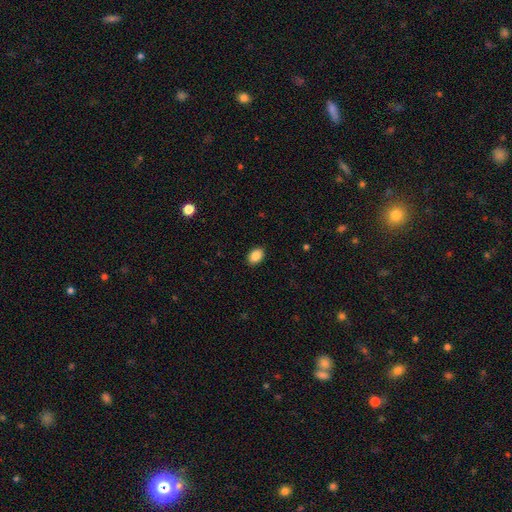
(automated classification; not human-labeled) A smooth galaxy with no disk features (88%) that is in between round and cigar-shaped (83%).

Vote fractions:
- Smooth or featured? smooth: 88% / star or artifact: 8% / featured or disk: 4%
- How rounded? in between: 83% / round: 15% / cigar-shaped: 1%
- Merging? none: 90% / minor disturbance: 8% / major disturbance: 2% / merger: 1%